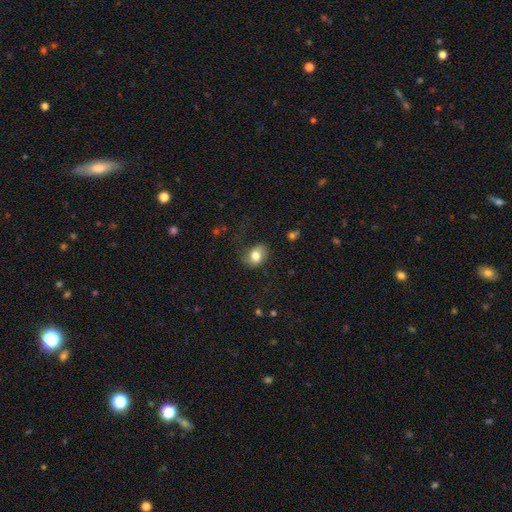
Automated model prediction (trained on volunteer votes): Overall: smooth (75%). How rounded: in between (61%; round 38%). Merging: none (55%; minor disturbance 27%).